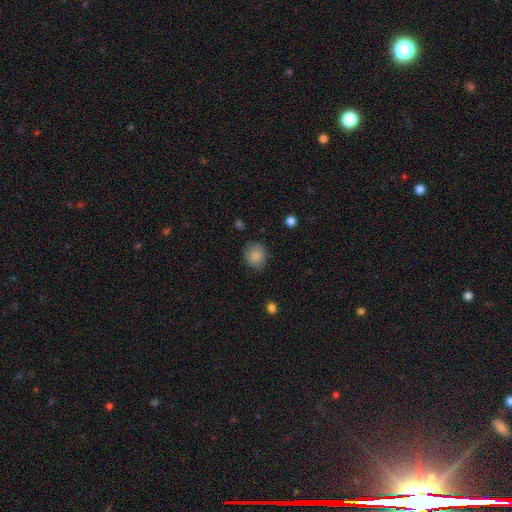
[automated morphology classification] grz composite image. It shows a smooth galaxy with no disk features (85%) that is round (76%). Merging: none (81%).